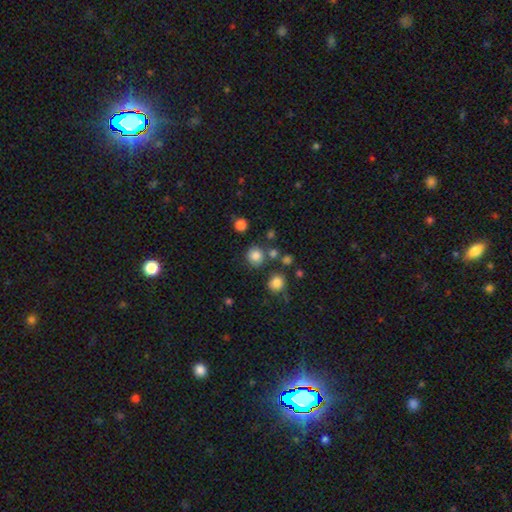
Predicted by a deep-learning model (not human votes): smooth_or_featured: smooth (p=0.82) [alt: star or artifact p=0.13]
how_rounded: round (p=0.90) [alt: in between p=0.09]
merging: none (p=0.79) [alt: minor disturbance p=0.10]